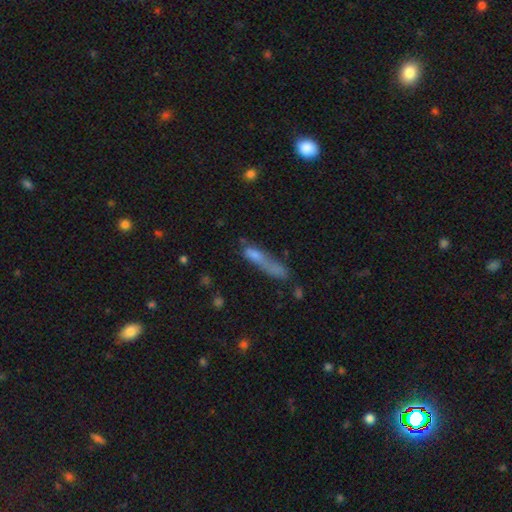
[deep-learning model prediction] smooth_or_featured: smooth (p=0.66) [alt: featured or disk p=0.23]
how_rounded: cigar-shaped (p=0.68) [alt: in between p=0.28]
merging: major disturbance (p=0.30) [alt: merger p=0.26]